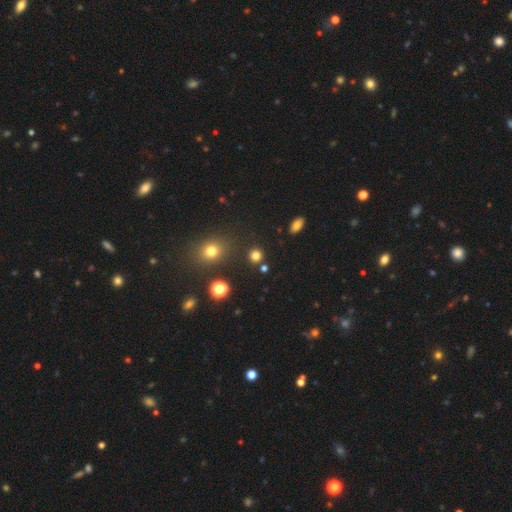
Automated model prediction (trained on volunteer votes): Smooth or featured: smooth — 78% (star or artifact — 18%)
How rounded: round — 88% (in between — 11%)
Merging: none — 86% (minor disturbance — 7%)